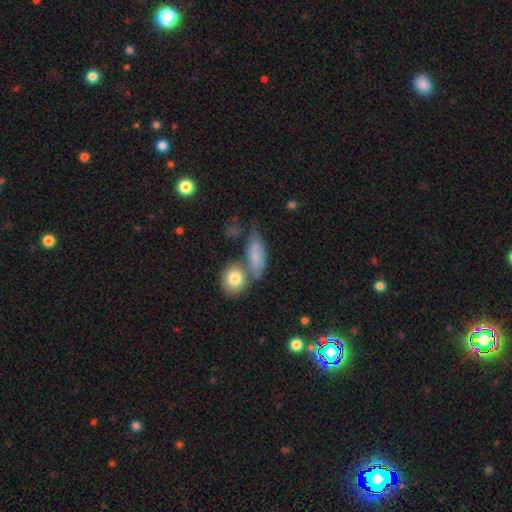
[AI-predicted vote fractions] This is likely a smooth galaxy (71%). How rounded: likely in between (67%). Merging: marginally none (45%).